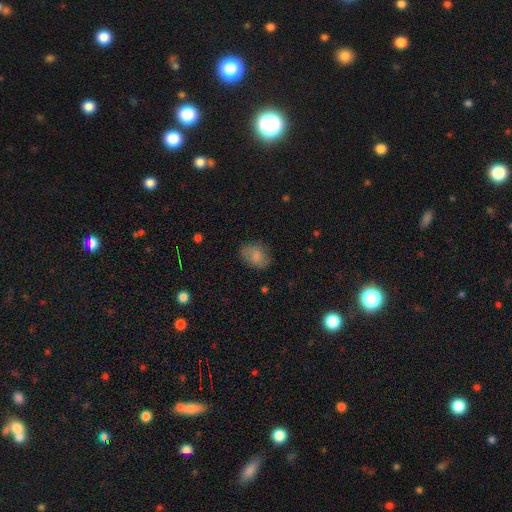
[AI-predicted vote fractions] This is likely a smooth galaxy (75%). How rounded: likely in between (70%). Merging: likely none (72%).